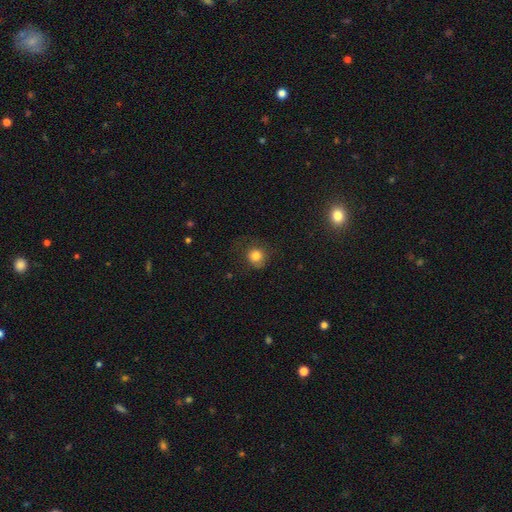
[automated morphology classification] Smooth or featured: smooth — 80% (star or artifact — 11%)
How rounded: round — 87% (in between — 13%)
Merging: none — 65% (minor disturbance — 20%)